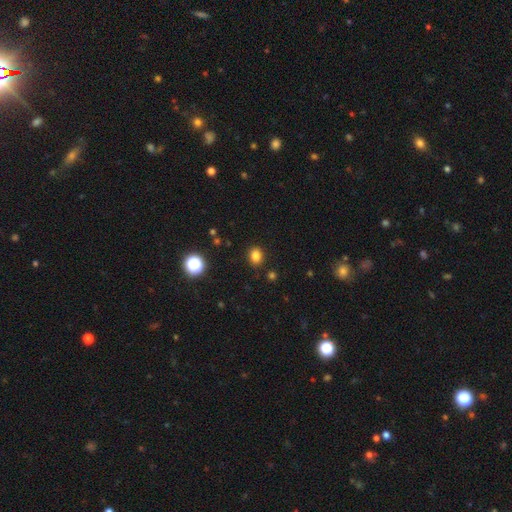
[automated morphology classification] This is clearly a smooth galaxy (82%). How rounded: possibly round (51%). Merging: clearly none (89%).